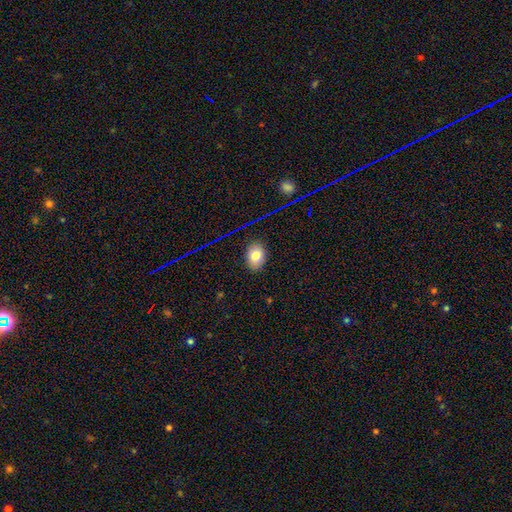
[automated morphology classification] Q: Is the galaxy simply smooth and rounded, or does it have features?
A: smooth — 78%.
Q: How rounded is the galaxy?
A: in between — 75%.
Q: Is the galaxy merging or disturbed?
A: none — 88%.